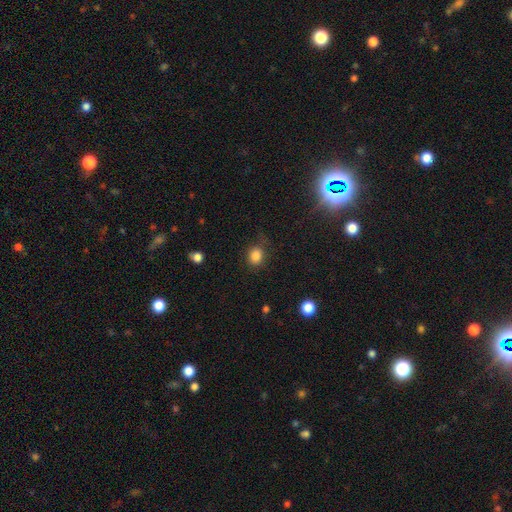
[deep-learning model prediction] A smooth galaxy with no disk features (84%) that is round (64%).

Vote fractions:
- Smooth or featured? smooth: 84% / star or artifact: 11% / featured or disk: 5%
- How rounded? round: 64% / in between: 35% / cigar-shaped: 1%
- Merging? none: 71% / minor disturbance: 19% / major disturbance: 8% / merger: 2%